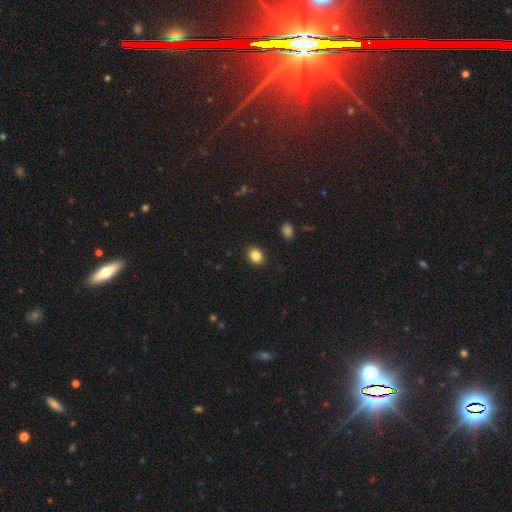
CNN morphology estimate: The model was most divided on "how rounded": in between: 51%, round: 48%, cigar-shaped: 1%. More confident: merging — none (90%); smooth or featured — smooth (86%).